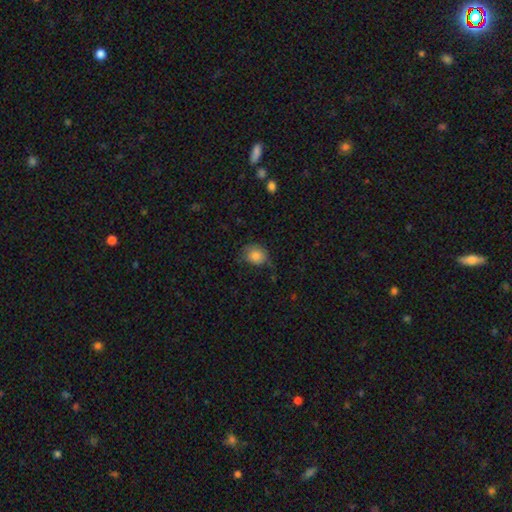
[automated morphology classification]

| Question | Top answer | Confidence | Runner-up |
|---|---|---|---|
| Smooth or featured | smooth | 82% | featured or disk (9%) |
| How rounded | round | 61% | in between (38%) |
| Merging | none | 52% | minor disturbance (34%) |